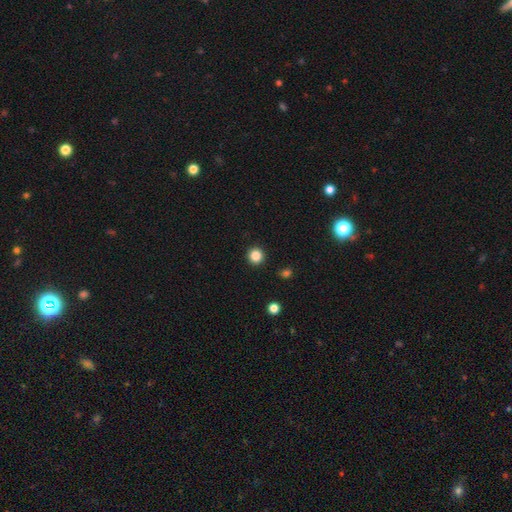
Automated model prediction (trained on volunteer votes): This is clearly a smooth galaxy (85%). How rounded: clearly round (94%). Merging: clearly none (92%).